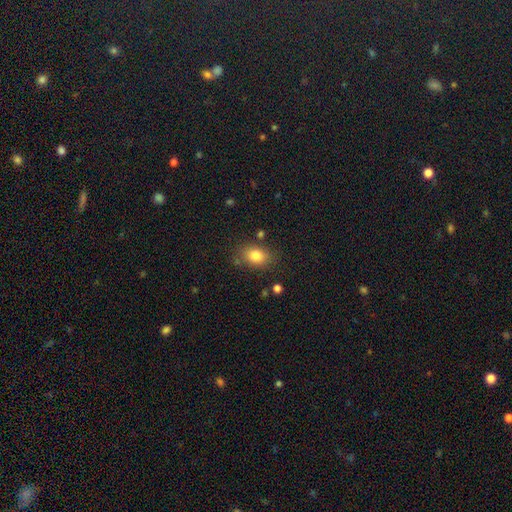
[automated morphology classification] type=smooth (82%); roundness=in between (73%); merging=none (80%).